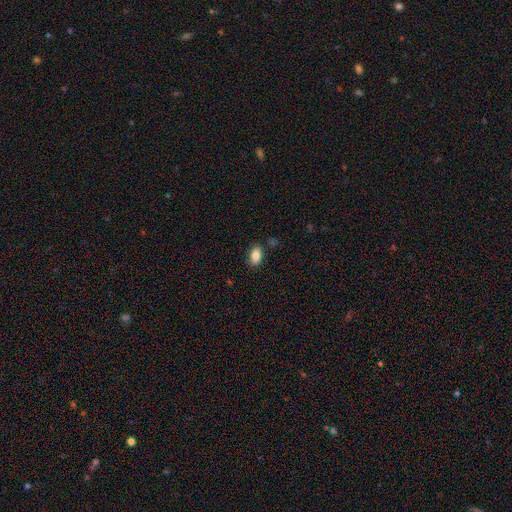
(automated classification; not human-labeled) Smooth or featured: smooth — 84% (star or artifact — 8%)
How rounded: in between — 89% (round — 8%)
Merging: none — 81% (minor disturbance — 13%)